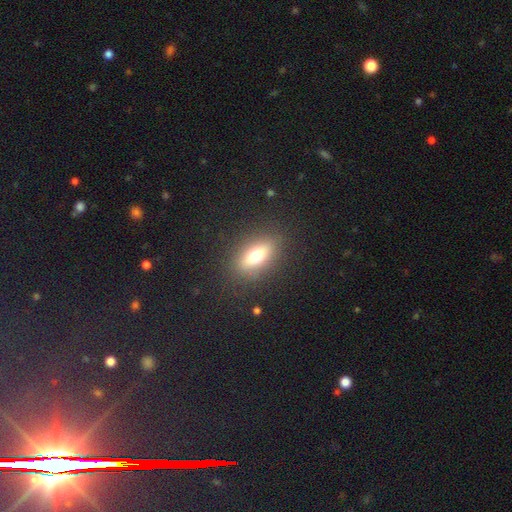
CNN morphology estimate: Q: Smooth or featured?
A: smooth (62%); runner-up: featured or disk (27%)
Q: How rounded?
A: in between (72%); runner-up: cigar-shaped (18%)
Q: Merging?
A: none (85%); runner-up: minor disturbance (9%)